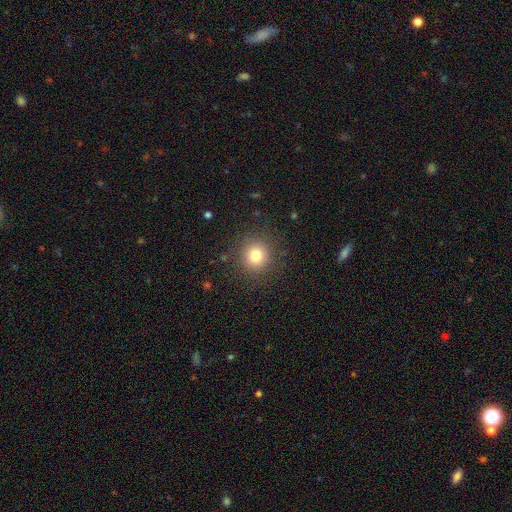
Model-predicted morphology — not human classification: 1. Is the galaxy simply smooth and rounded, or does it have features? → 79% smooth, 13% star or artifact, 8% featured or disk.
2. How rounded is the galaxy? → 93% round, 6% in between, 1% cigar-shaped.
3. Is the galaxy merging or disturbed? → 89% none, 7% minor disturbance, 3% major disturbance, 1% merger.